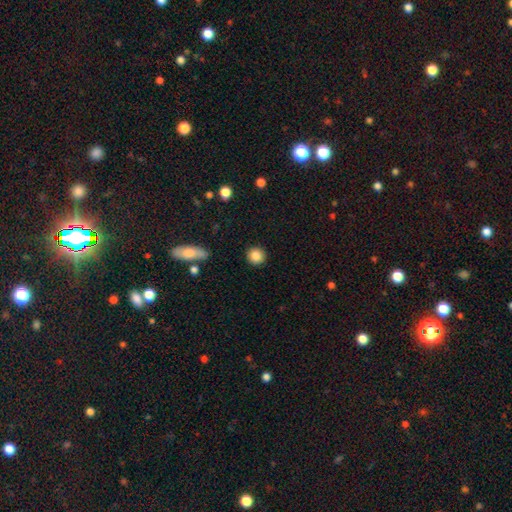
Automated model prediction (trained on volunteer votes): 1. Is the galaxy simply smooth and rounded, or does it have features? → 86% smooth, 9% star or artifact, 5% featured or disk.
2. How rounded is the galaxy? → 93% round, 6% in between, 1% cigar-shaped.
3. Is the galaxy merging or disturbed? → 91% none, 6% minor disturbance, 2% major disturbance, 1% merger.